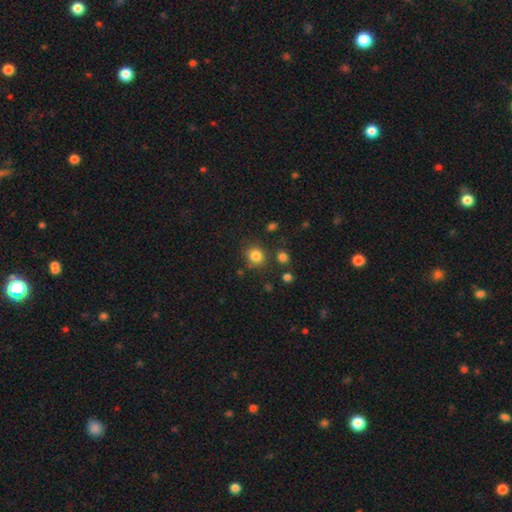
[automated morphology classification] smooth 83%, star or artifact 12%, featured or disk 5%. Down the decision tree: how rounded — round (80%); merging — none (80%).